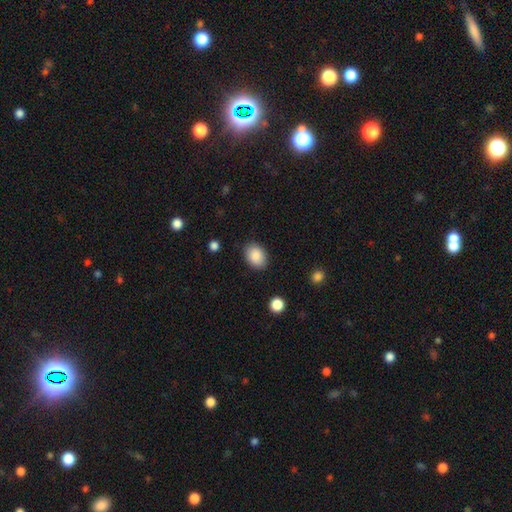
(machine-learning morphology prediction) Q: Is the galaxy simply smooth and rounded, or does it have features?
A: smooth — 88%.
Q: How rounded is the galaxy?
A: in between — 73%.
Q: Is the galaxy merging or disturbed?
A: none — 86%.